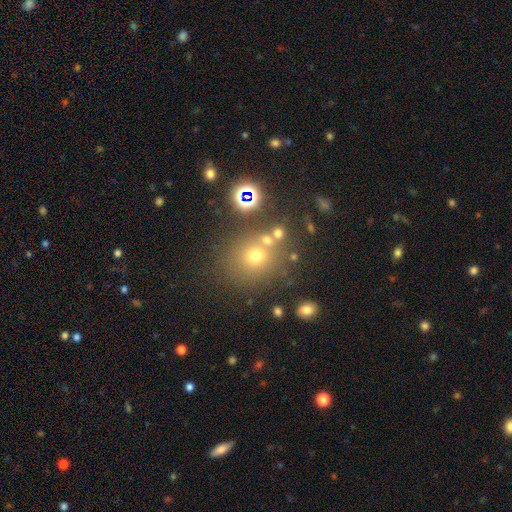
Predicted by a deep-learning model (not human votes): Smooth or featured: smooth — 55% (star or artifact — 34%)
How rounded: round — 84% (in between — 15%)
Merging: none — 72% (merger — 14%)